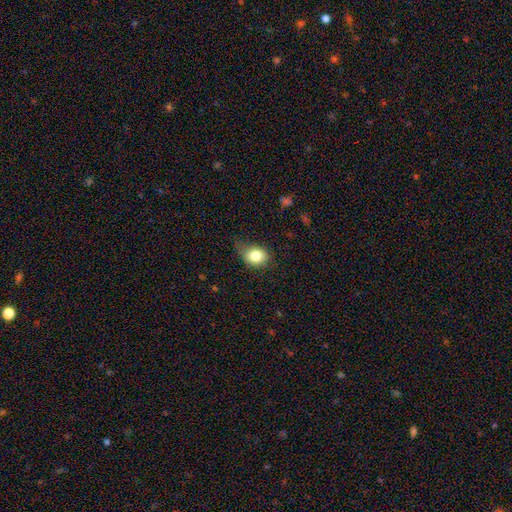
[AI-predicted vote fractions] Q: Smooth or featured?
A: smooth (80%); runner-up: star or artifact (11%)
Q: How rounded?
A: round (53%); runner-up: in between (46%)
Q: Merging?
A: none (54%); runner-up: minor disturbance (34%)